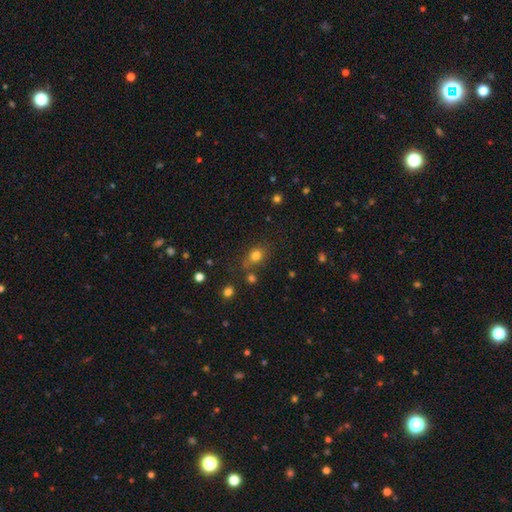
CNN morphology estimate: Smooth or featured? smooth (78%)
How rounded? round (53%)
Merging? none (63%)